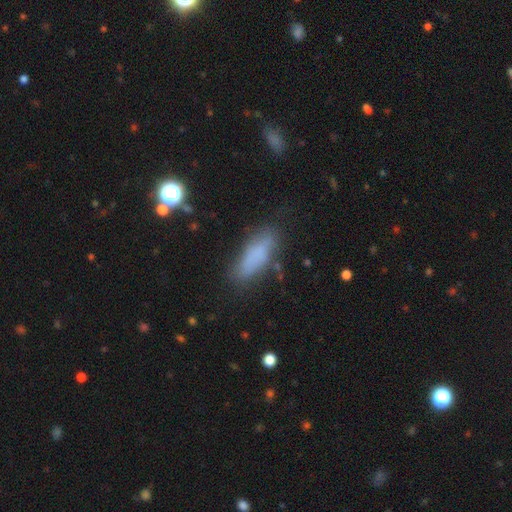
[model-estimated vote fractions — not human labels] Smooth or featured?
  - smooth: 77% *
  - featured or disk: 13%
  - star or artifact: 10%
How rounded?
  - in between: 59% *
  - cigar-shaped: 39%
  - round: 3%
Merging?
  - none: 74% *
  - minor disturbance: 18%
  - major disturbance: 6%
  - merger: 3%